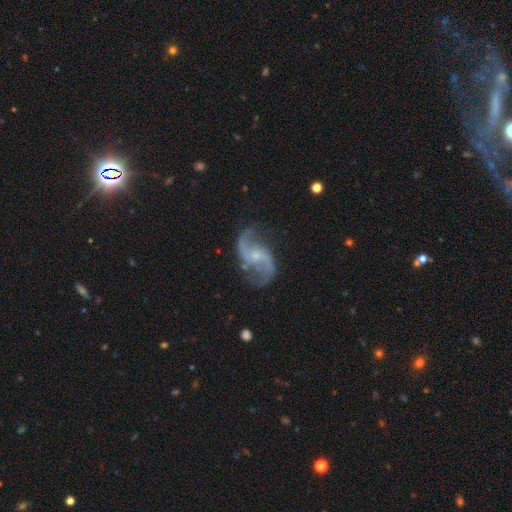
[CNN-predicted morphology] Smooth or featured?
  - featured or disk: 92% *
  - star or artifact: 5%
  - smooth: 4%
Edge-on disk?
  - no: 98% *
  - yes: 2%
Bar?
  - no: 52% *
  - weak: 37%
  - strong: 10%
Spiral arms?
  - yes: 97% *
  - no: 3%
Spiral winding?
  - loose: 67% *
  - medium: 28%
  - tight: 6%
Spiral arm count?
  - 2: 94% *
  - can't tell: 2%
  - 1: 1%
  - 3: 1%
  - 4: 1%
  - more than 4: 1%
Bulge size?
  - small: 67% *
  - moderate: 26%
  - none: 5%
  - large: 1%
  - dominant: 1%
Merging?
  - none: 75% *
  - minor disturbance: 15%
  - major disturbance: 8%
  - merger: 2%